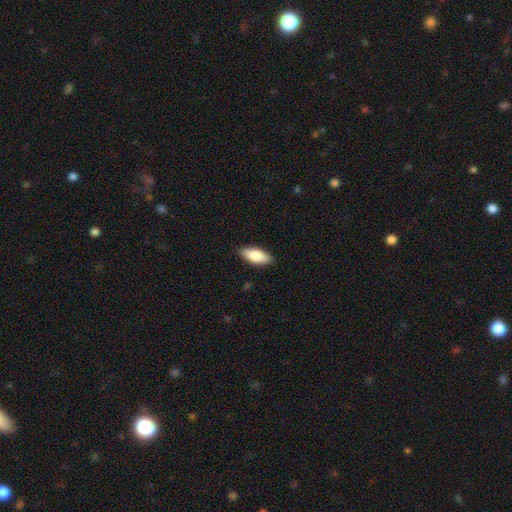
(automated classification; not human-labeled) This appears to be a smooth galaxy with no disk features (83%) that is in between round and cigar-shaped (81%). Merging: none (87%).